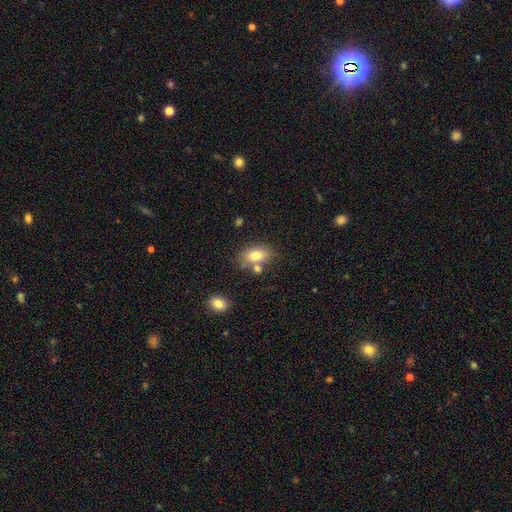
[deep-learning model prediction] This is likely a smooth galaxy (77%). How rounded: clearly in between (86%). Merging: likely none (61%).